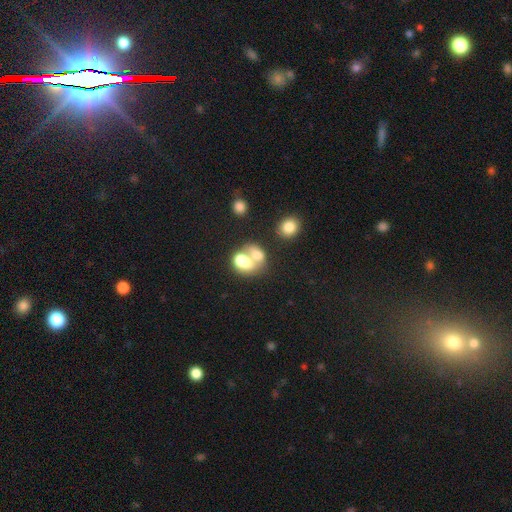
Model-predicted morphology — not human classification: Smooth or featured? smooth (61%)
How rounded? in between (58%)
Merging? merger (65%)